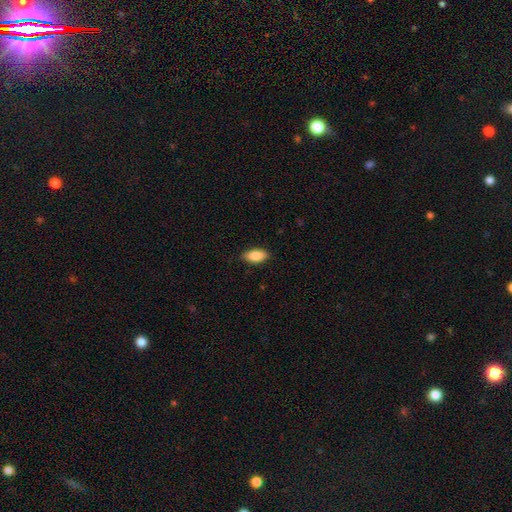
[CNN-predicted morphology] Q: Smooth or featured?
A: smooth (88%); runner-up: star or artifact (6%)
Q: How rounded?
A: in between (90%); runner-up: cigar-shaped (8%)
Q: Merging?
A: none (86%); runner-up: minor disturbance (11%)